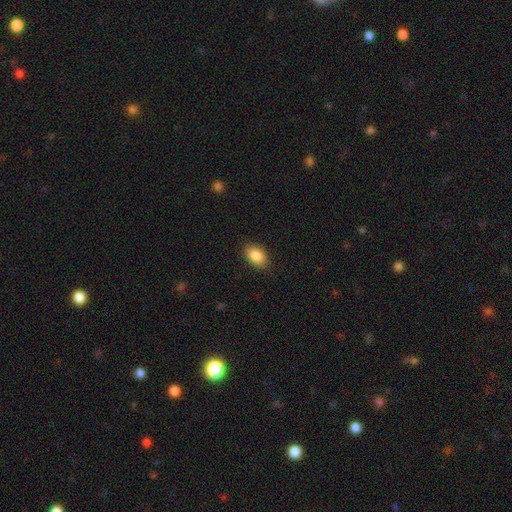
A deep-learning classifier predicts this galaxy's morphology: Q: Smooth or featured?
A: smooth (88%); runner-up: star or artifact (7%)
Q: How rounded?
A: in between (88%); runner-up: round (10%)
Q: Merging?
A: none (86%); runner-up: minor disturbance (10%)